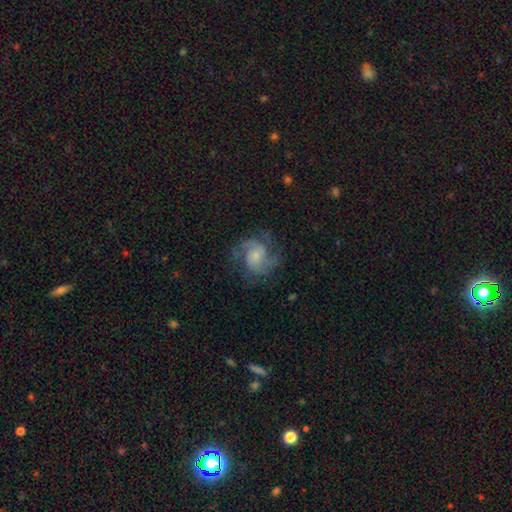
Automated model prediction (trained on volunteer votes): smooth-or-featured: featured or disk: 80% | smooth: 13% | star or artifact: 7%
  disk-edge-on: no: 98% | yes: 2%
    bar: no: 61% | weak: 33% | strong: 5%
    has-spiral-arms: yes: 96% | no: 4%
      spiral-winding: medium: 54% | tight: 26% | loose: 20%
      spiral-arm-count: 2: 63% | 3: 18% | can't tell: 9% | 1: 4% | 4: 4% | more than 4: 3%
    bulge-size: small: 50% | moderate: 30% | none: 12% | large: 7% | dominant: 2%
  merging: none: 71% | minor disturbance: 16% | major disturbance: 11% | merger: 1%